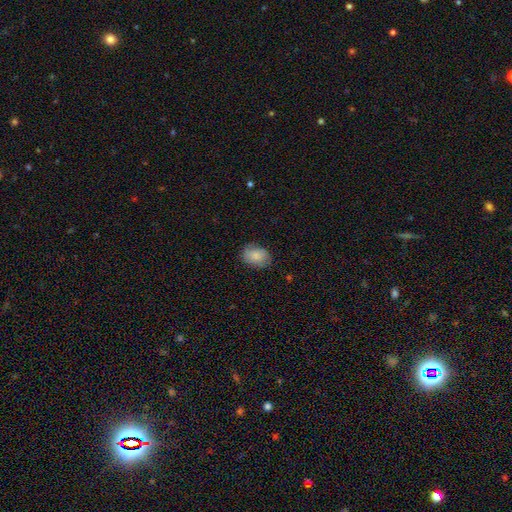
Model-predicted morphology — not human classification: A smooth galaxy with no disk features (82%) that is in between round and cigar-shaped (71%).

Vote fractions:
- Smooth or featured? smooth: 82% / featured or disk: 11% / star or artifact: 7%
- How rounded? in between: 71% / round: 28% / cigar-shaped: 1%
- Merging? none: 79% / minor disturbance: 17% / major disturbance: 4% / merger: 1%